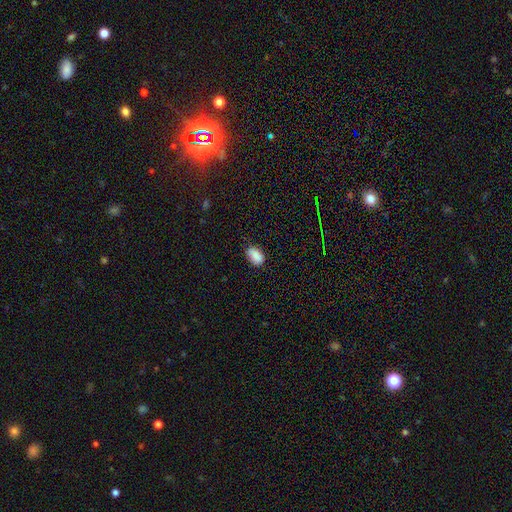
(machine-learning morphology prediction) Smooth or featured?
  - smooth: 86% *
  - star or artifact: 9%
  - featured or disk: 6%
How rounded?
  - in between: 89% *
  - round: 9%
  - cigar-shaped: 2%
Merging?
  - none: 76% *
  - minor disturbance: 20%
  - major disturbance: 3%
  - merger: 1%